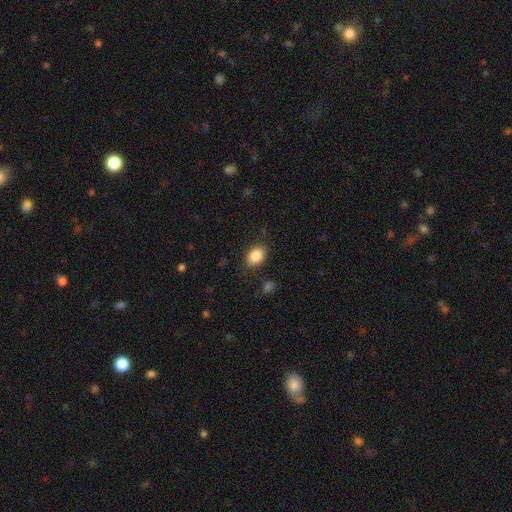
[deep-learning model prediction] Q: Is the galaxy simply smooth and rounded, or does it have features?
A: smooth — 87%.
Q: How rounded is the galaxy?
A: in between — 74%.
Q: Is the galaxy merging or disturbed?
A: none — 84%.